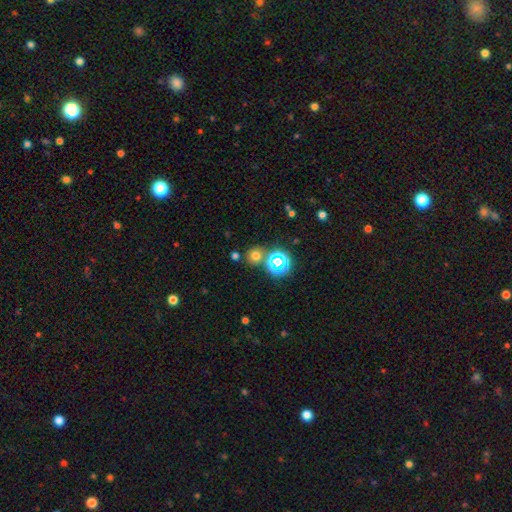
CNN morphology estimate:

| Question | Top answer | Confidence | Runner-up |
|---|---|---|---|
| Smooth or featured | smooth | 61% | star or artifact (31%) |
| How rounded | round | 88% | in between (11%) |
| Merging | none | 75% | merger (14%) |